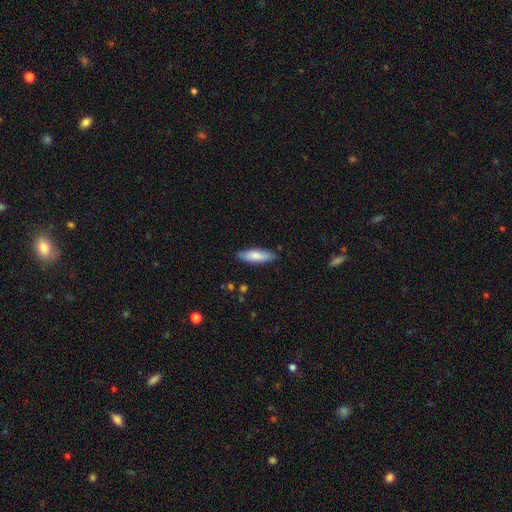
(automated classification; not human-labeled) Overall: smooth (79%). How rounded: in between (53%; cigar-shaped 46%). Merging: none (84%).